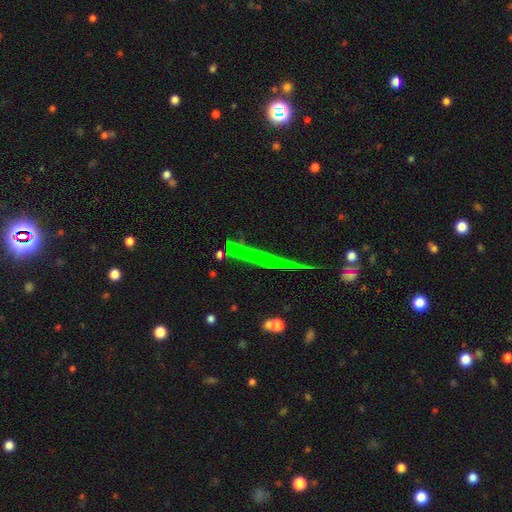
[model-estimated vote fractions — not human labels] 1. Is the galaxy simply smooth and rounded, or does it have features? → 41% star or artifact, 35% featured or disk, 23% smooth.